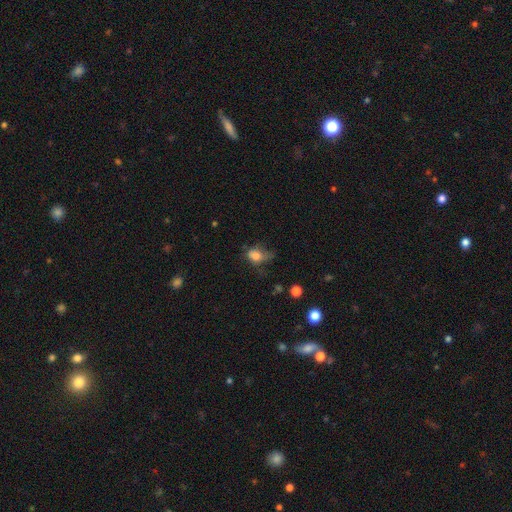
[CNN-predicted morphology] smooth_or_featured: smooth (p=0.73) [alt: featured or disk p=0.16]
how_rounded: in between (p=0.66) [alt: round p=0.32]
merging: none (p=0.33) [alt: minor disturbance p=0.32]